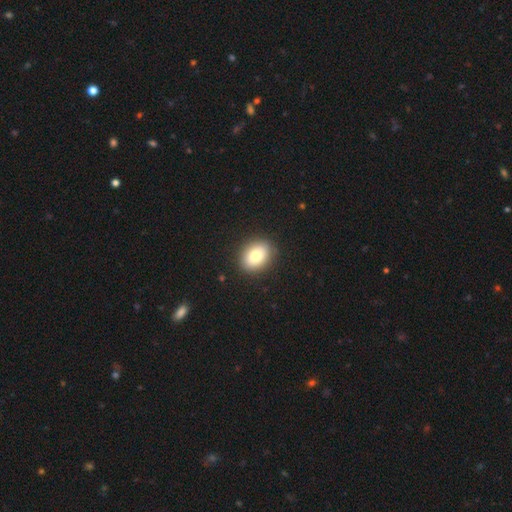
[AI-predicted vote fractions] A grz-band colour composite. It shows a smooth galaxy with no disk features (79%) that is in between round and cigar-shaped (62%). Merging: none (89%).